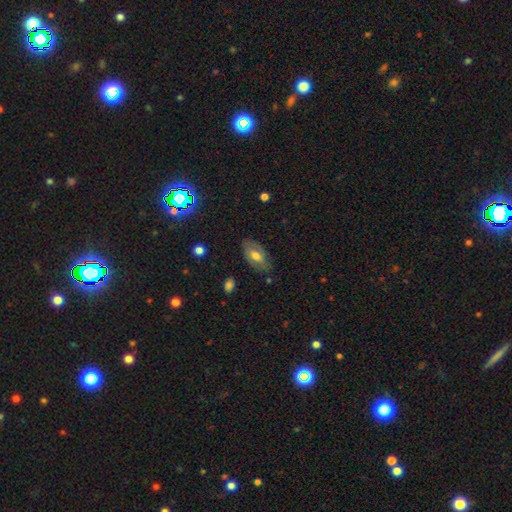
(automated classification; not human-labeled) Smooth or featured: smooth — 58% (featured or disk — 34%)
How rounded: in between — 92% (round — 5%)
Merging: none — 75% (minor disturbance — 19%)